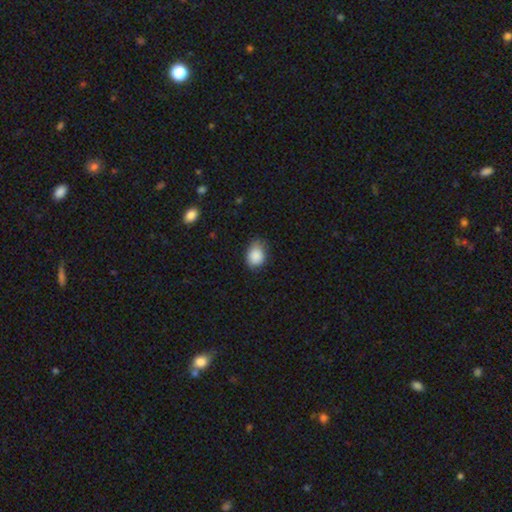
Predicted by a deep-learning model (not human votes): Morphology: type=smooth (87%); roundness=in between (64%); merging=none (66%).